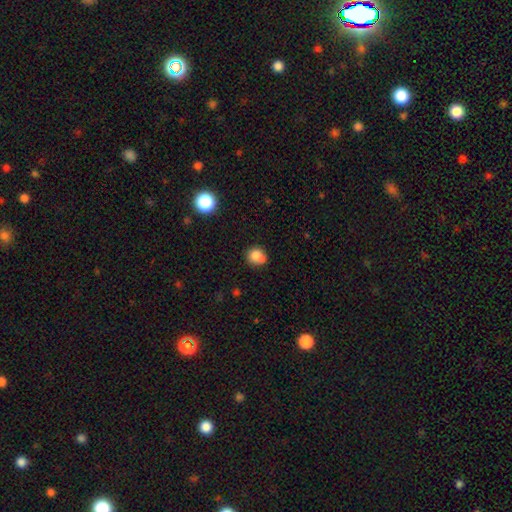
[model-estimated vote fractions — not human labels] Overall: smooth (80%). How rounded: round (76%). Merging: none (56%; minor disturbance 21%).